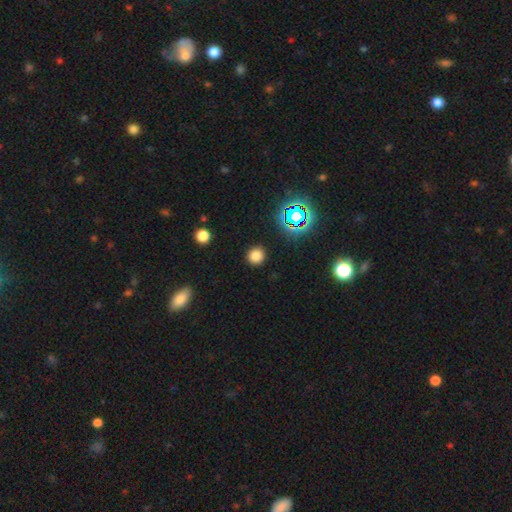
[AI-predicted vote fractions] The model was most divided on "smooth or featured": smooth: 77%, star or artifact: 19%, featured or disk: 5%. More confident: how rounded — round (91%); merging — none (90%).